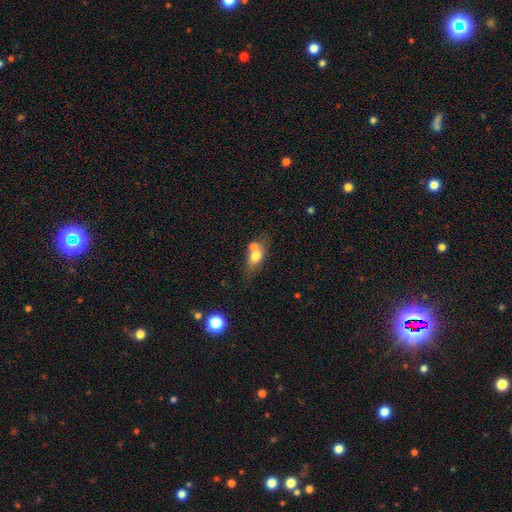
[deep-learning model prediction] Smooth or featured?
  - smooth: 67% *
  - featured or disk: 23%
  - star or artifact: 9%
How rounded?
  - in between: 68% *
  - round: 22%
  - cigar-shaped: 10%
Merging?
  - none: 43% *
  - merger: 38%
  - minor disturbance: 13%
  - major disturbance: 6%